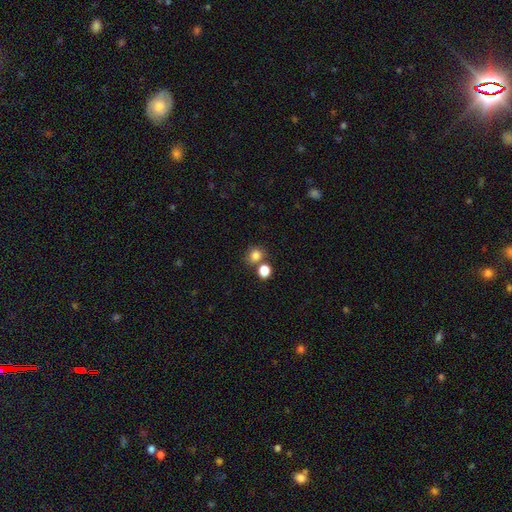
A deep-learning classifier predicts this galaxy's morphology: Smooth or featured? Predicted: smooth (p=0.81). How rounded? Predicted: round (p=0.78). Merging? Predicted: none (p=0.66).